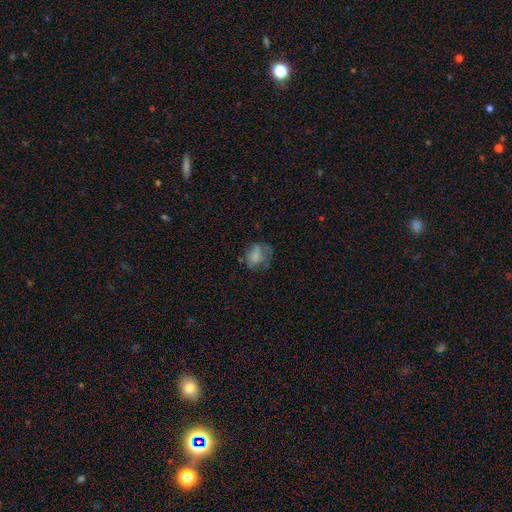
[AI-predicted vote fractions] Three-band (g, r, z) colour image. It shows a smooth galaxy with no disk features (66%) that is in between round and cigar-shaped (57%). Merging: none (43%).